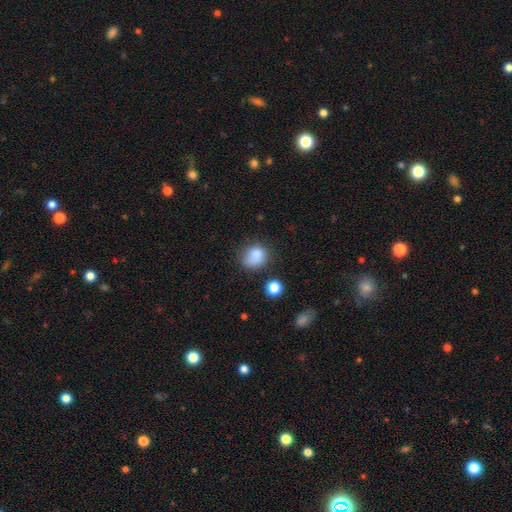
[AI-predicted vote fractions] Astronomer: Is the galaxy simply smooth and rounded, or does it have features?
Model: smooth — 82%.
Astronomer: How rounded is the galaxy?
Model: round — 65%.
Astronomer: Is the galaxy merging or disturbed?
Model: none — 57%.